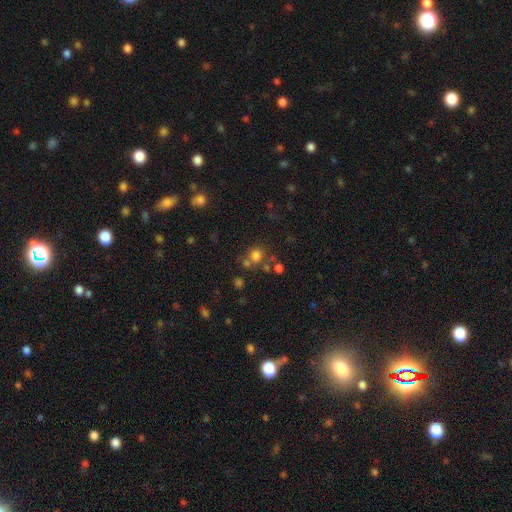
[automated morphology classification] Smooth or featured?
  - smooth: 72% *
  - star or artifact: 19%
  - featured or disk: 9%
How rounded?
  - round: 87% *
  - in between: 12%
  - cigar-shaped: 1%
Merging?
  - none: 63% *
  - merger: 21%
  - minor disturbance: 10%
  - major disturbance: 5%